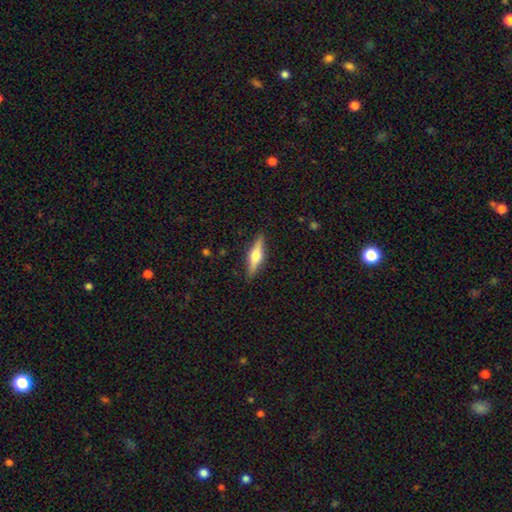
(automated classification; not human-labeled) Morphology: type=featured or disk (63%); edge-on=yes (97%); edge-on bulge=rounded (94%); merging=none (90%).